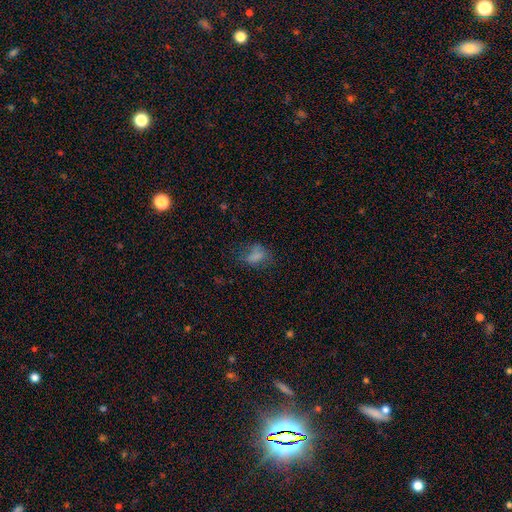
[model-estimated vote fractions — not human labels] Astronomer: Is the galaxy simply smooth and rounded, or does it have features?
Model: smooth — 69%.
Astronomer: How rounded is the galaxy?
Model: in between — 79%.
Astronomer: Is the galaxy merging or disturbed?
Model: none — 41% (runner-up: major disturbance, 29%).